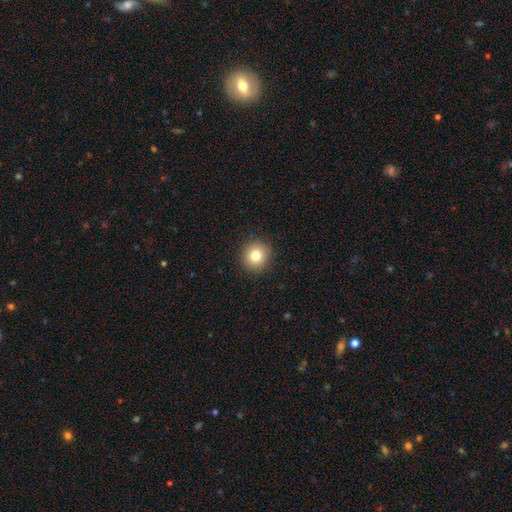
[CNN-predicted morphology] Overall: smooth (81%). How rounded: round (93%). Merging: none (91%).